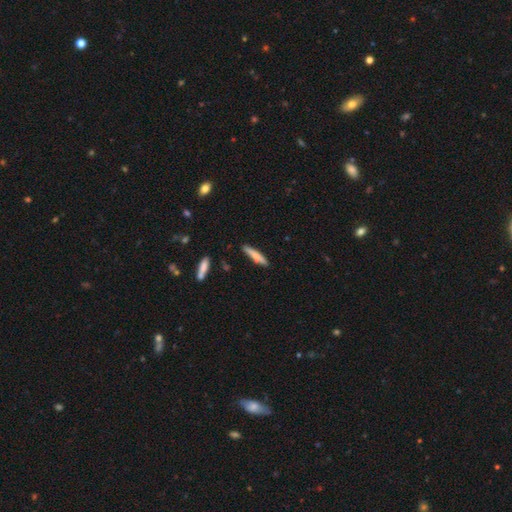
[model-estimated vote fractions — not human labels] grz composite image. It shows a smooth galaxy with no disk features (71%) that is cigar-shaped (89%). Merging: none (86%).